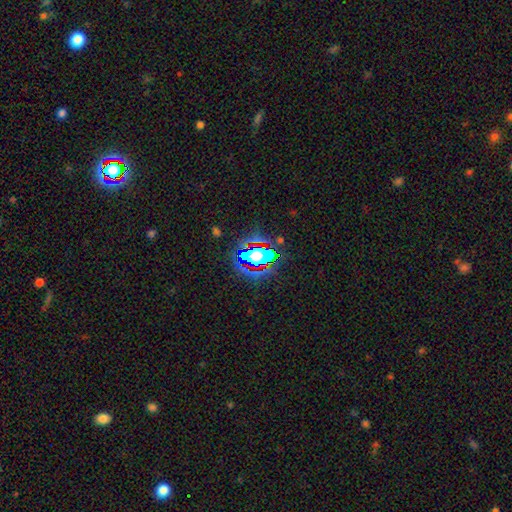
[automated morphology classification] The model was most divided on "smooth or featured": star or artifact: 45%, smooth: 39%, featured or disk: 15%.